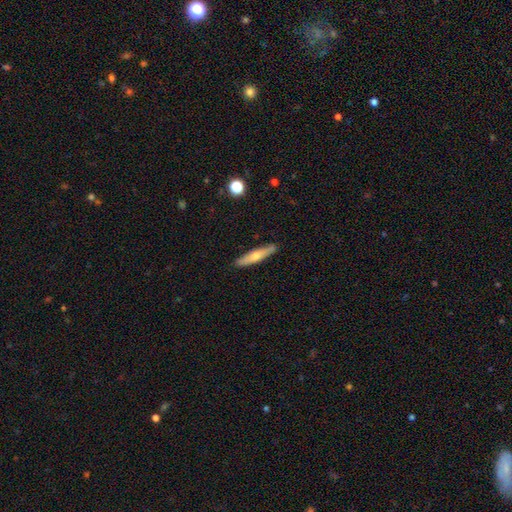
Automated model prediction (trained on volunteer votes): smooth 52%, featured or disk 41%, star or artifact 6%. Down the decision tree: how rounded — cigar-shaped (88%); merging — none (90%).